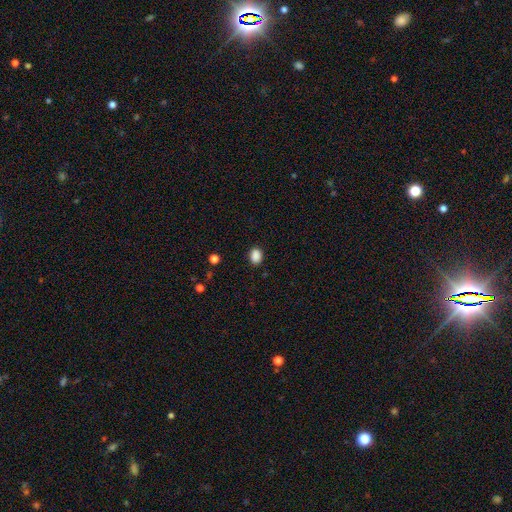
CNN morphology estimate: Smooth or featured: smooth — 88% (star or artifact — 10%)
How rounded: in between — 61% (round — 38%)
Merging: none — 88% (minor disturbance — 9%)